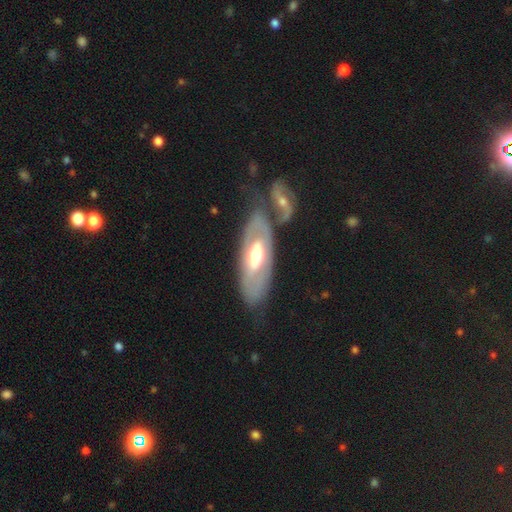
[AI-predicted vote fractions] featured or disk 65%, smooth 30%, star or artifact 5%. Down the decision tree: edge-on disk — no (83%); bar — no (54%); spiral arms — no (54%); bulge size — moderate (70%); merging — none (54%).